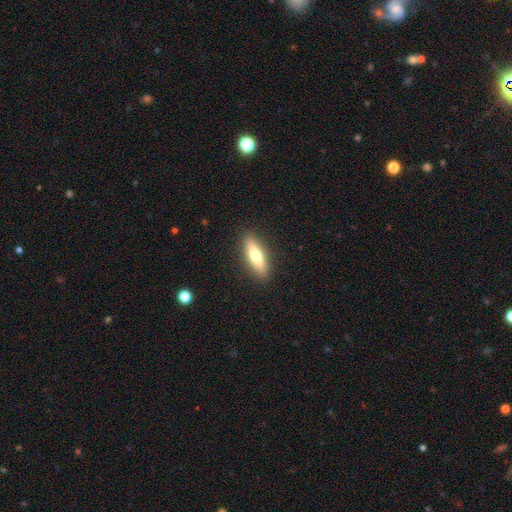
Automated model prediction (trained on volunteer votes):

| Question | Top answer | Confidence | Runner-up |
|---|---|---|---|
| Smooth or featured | smooth | 62% | featured or disk (32%) |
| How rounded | cigar-shaped | 56% | in between (41%) |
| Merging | none | 90% | minor disturbance (7%) |